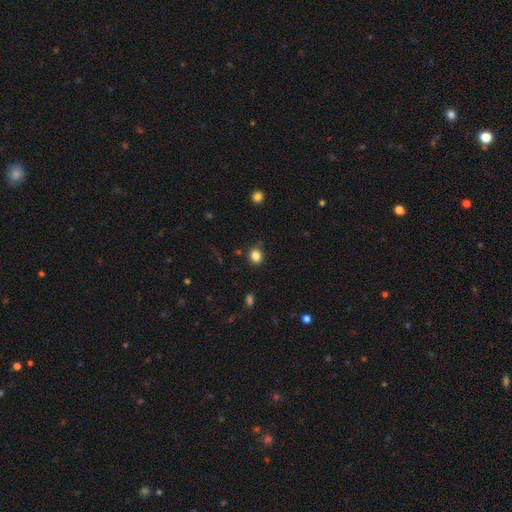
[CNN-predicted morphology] A smooth galaxy with no disk features (84%) that is round (71%). Merging: none (87%).